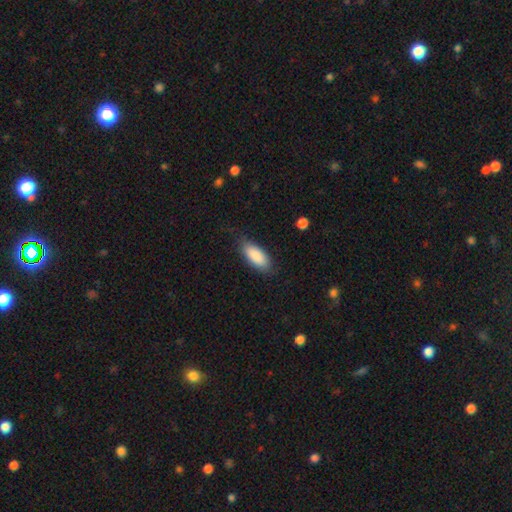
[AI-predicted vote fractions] Smooth or featured: smooth — 87% (featured or disk — 7%)
How rounded: in between — 84% (cigar-shaped — 14%)
Merging: none — 78% (minor disturbance — 17%)